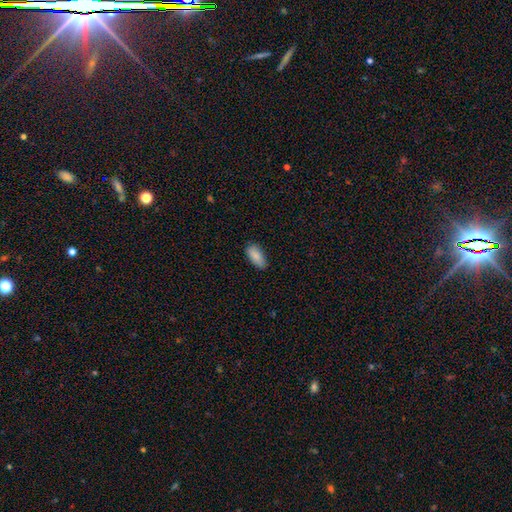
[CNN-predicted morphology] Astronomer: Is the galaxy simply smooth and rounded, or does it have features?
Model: smooth — 88%.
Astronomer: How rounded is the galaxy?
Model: in between — 89%.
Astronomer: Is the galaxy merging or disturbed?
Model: none — 80%.